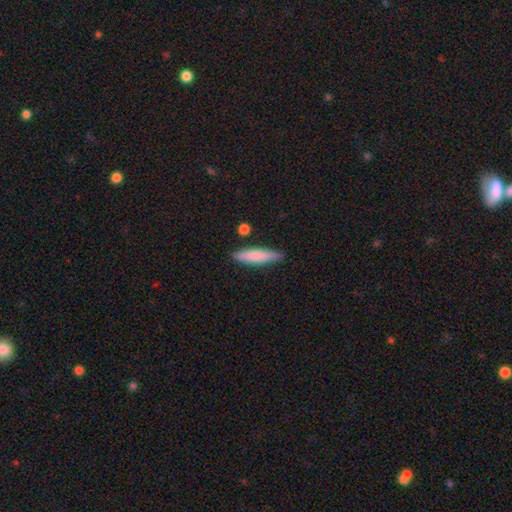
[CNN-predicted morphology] This appears to be a smooth galaxy with no disk features (78%) that is cigar-shaped (81%). Merging: none (83%).